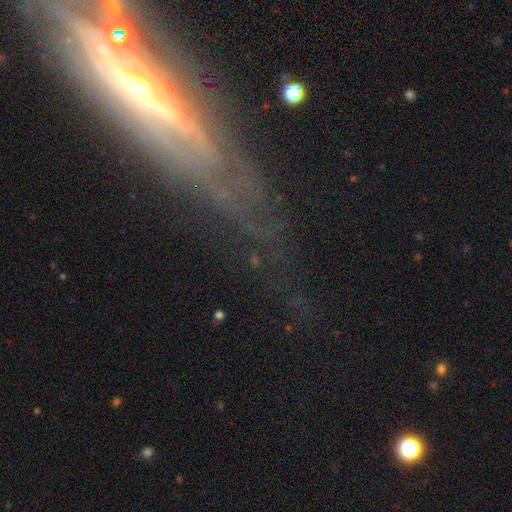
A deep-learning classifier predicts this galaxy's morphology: smooth_or_featured: featured or disk (p=0.74) [alt: star or artifact p=0.13]
disk_edge_on: yes (p=0.57) [alt: no p=0.43]
merging: none (p=0.56) [alt: major disturbance p=0.21]